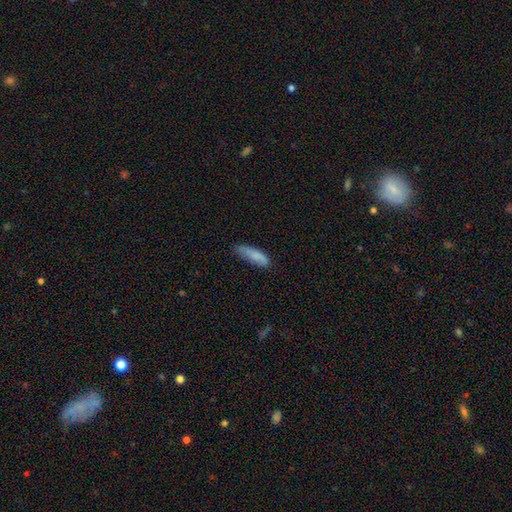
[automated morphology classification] This appears to be a smooth galaxy with no disk features (81%) that is in between round and cigar-shaped (51%). Merging: none (59%).